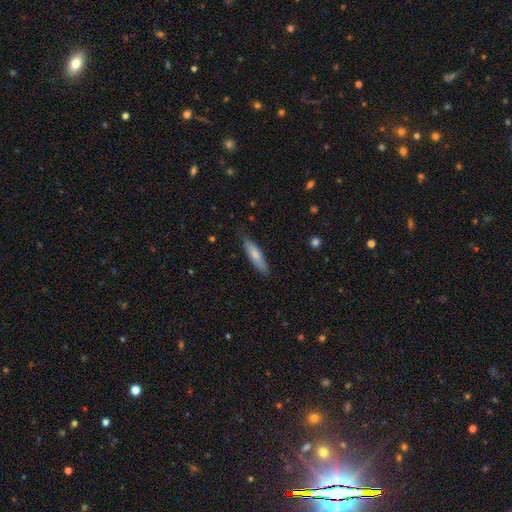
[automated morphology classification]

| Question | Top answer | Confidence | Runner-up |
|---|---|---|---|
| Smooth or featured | smooth | 69% | featured or disk (25%) |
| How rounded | cigar-shaped | 77% | in between (21%) |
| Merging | none | 85% | minor disturbance (12%) |